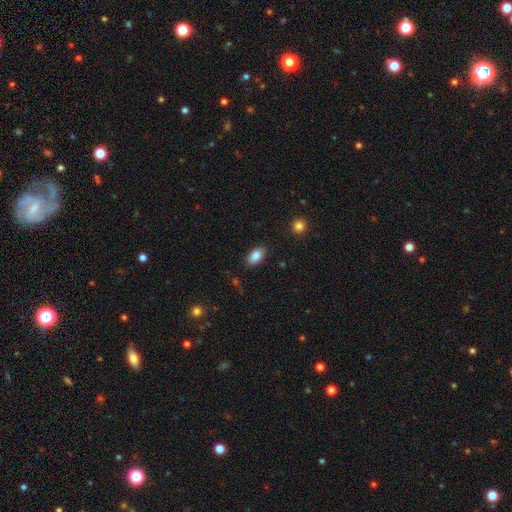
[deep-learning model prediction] A smooth galaxy with no disk features (86%) that is in between round and cigar-shaped (92%).

Vote fractions:
- Smooth or featured? smooth: 86% / star or artifact: 8% / featured or disk: 6%
- How rounded? in between: 92% / round: 5% / cigar-shaped: 3%
- Merging? none: 87% / minor disturbance: 9% / major disturbance: 2% / merger: 1%